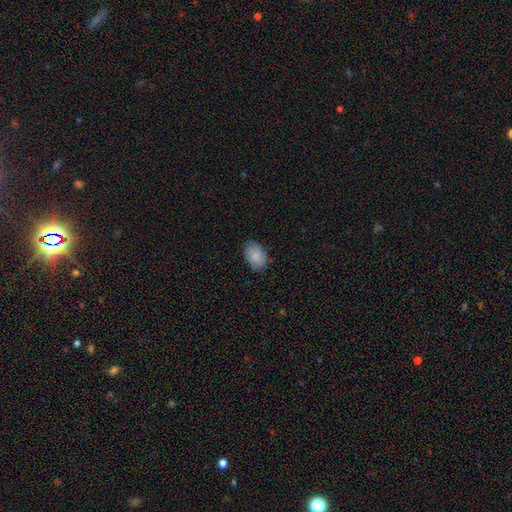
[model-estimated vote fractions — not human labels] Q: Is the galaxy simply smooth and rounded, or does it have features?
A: smooth — 87%.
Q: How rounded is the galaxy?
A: in between — 87%.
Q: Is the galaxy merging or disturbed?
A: none — 83%.